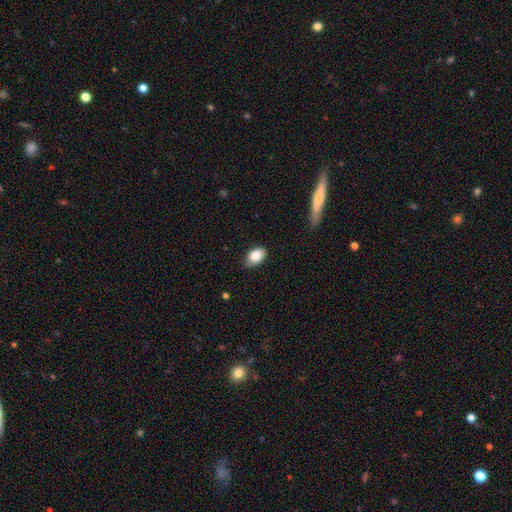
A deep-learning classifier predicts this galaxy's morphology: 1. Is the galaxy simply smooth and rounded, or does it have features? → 86% smooth, 7% star or artifact, 6% featured or disk.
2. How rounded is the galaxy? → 88% in between, 10% round, 1% cigar-shaped.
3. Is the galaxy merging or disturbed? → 82% none, 15% minor disturbance, 3% major disturbance, 1% merger.